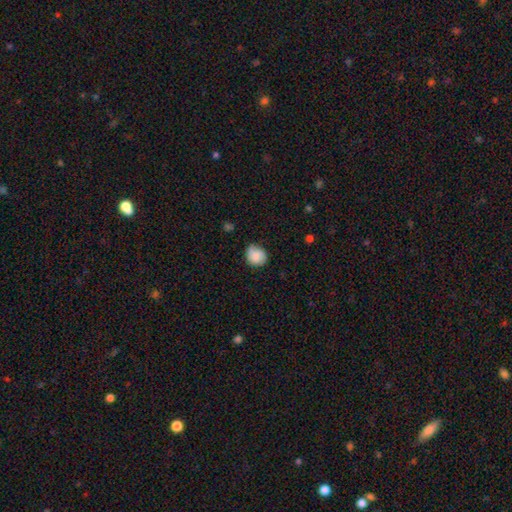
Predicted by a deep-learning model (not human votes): smooth_or_featured: smooth (p=0.79) [alt: featured or disk p=0.13]
how_rounded: round (p=0.74) [alt: in between p=0.25]
merging: none (p=0.69) [alt: minor disturbance p=0.25]